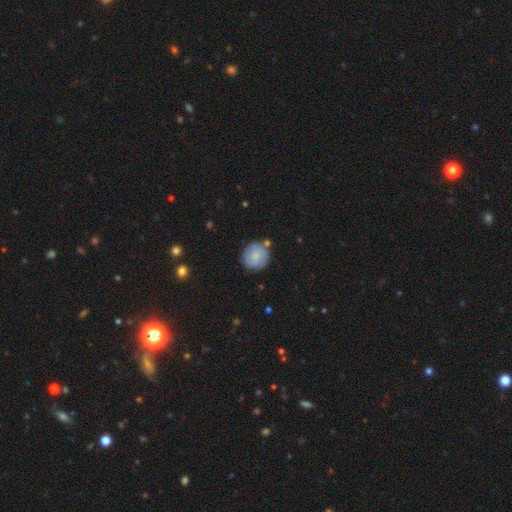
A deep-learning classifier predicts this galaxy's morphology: Overall: smooth (69%). How rounded: round (92%). Merging: none (76%).